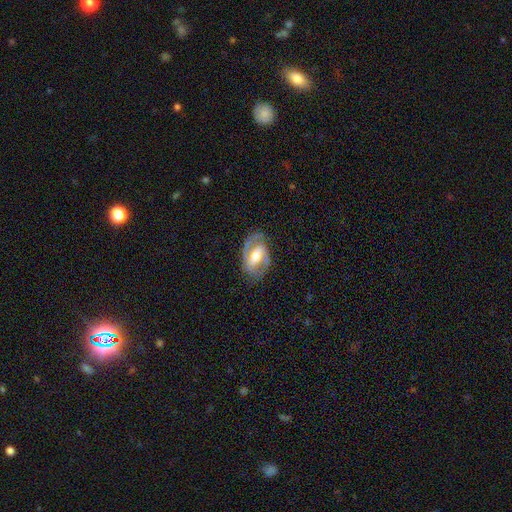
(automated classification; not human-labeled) This appears to be a featured or disk galaxy (79%) with a strong bar (44%), 2 (86%) medium (51%) spiral arms (87%) and a moderate central bulge (57%). Merging: none (76%).